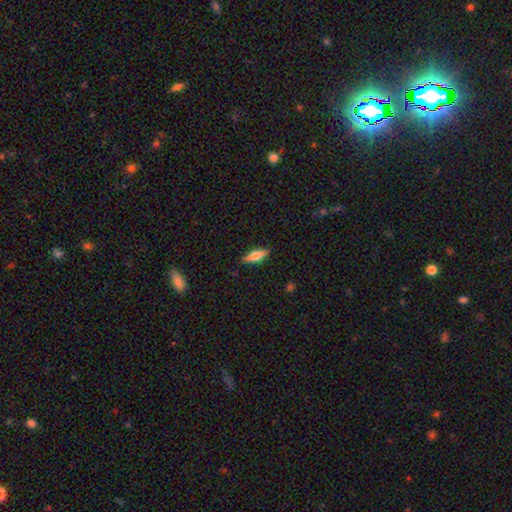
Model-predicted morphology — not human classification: A smooth galaxy with no disk features (55%) that is cigar-shaped (51%).

Vote fractions:
- Smooth or featured? smooth: 55% / featured or disk: 39% / star or artifact: 6%
- How rounded? cigar-shaped: 51% / in between: 46% / round: 3%
- Merging? none: 87% / minor disturbance: 10% / major disturbance: 2% / merger: 1%